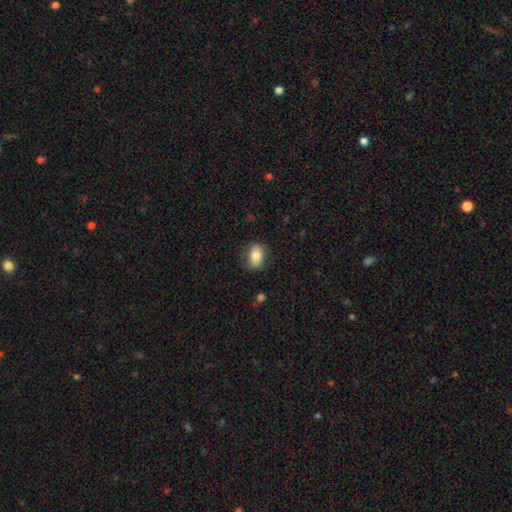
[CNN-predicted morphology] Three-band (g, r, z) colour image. It shows a smooth galaxy with no disk features (78%) that is in between round and cigar-shaped (76%). Merging: none (83%).